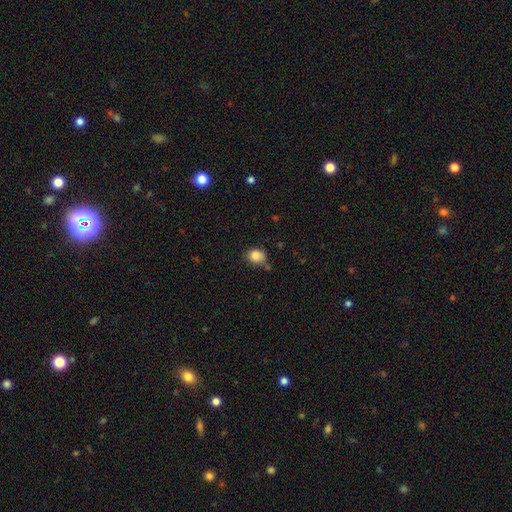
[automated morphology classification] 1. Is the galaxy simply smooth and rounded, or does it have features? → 85% smooth, 10% star or artifact, 5% featured or disk.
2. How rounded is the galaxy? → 61% round, 39% in between, 1% cigar-shaped.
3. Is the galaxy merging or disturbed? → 62% none, 24% minor disturbance, 8% merger, 5% major disturbance.